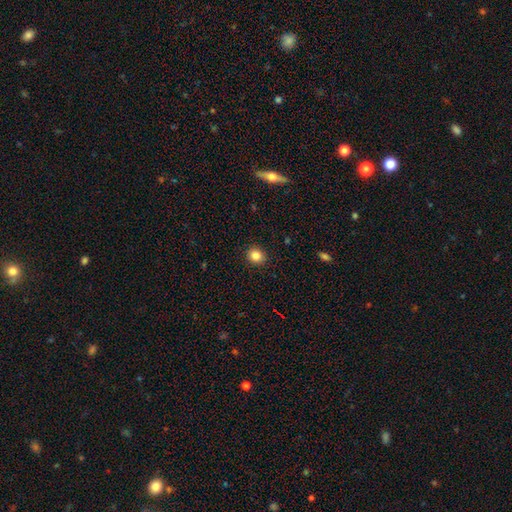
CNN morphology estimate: smooth_or_featured: smooth (p=0.84) [alt: star or artifact p=0.11]
how_rounded: round (p=0.79) [alt: in between p=0.20]
merging: none (p=0.91) [alt: minor disturbance p=0.06]